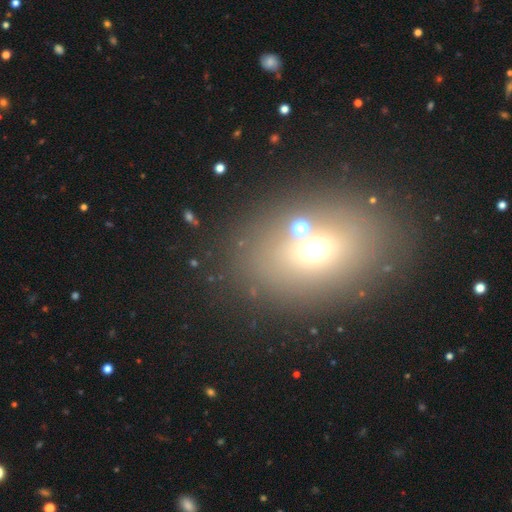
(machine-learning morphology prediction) Smooth or featured?
  - smooth: 59% *
  - star or artifact: 25%
  - featured or disk: 16%
How rounded?
  - in between: 69% *
  - round: 29%
  - cigar-shaped: 2%
Merging?
  - none: 75% *
  - merger: 11%
  - minor disturbance: 9%
  - major disturbance: 5%